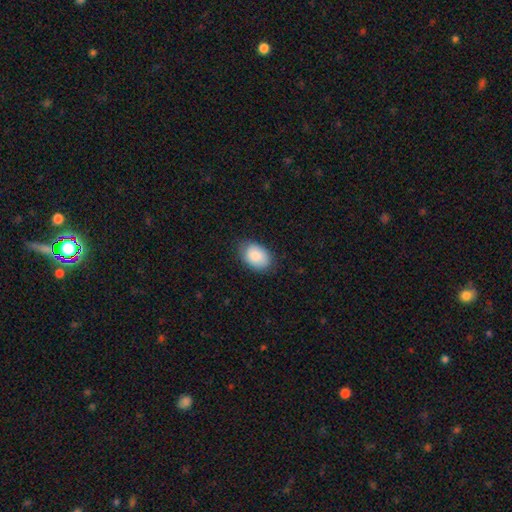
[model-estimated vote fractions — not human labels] This is clearly a smooth galaxy (88%). How rounded: clearly in between (84%). Merging: likely none (79%).